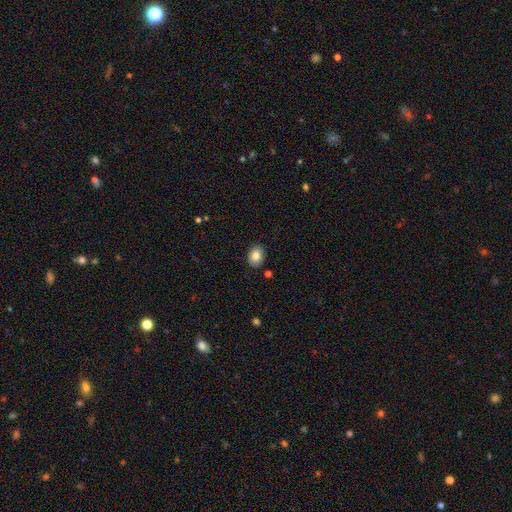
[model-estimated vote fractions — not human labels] smooth_or_featured: smooth (p=0.85) [alt: star or artifact p=0.08]
how_rounded: in between (p=0.67) [alt: round p=0.32]
merging: none (p=0.87) [alt: minor disturbance p=0.09]